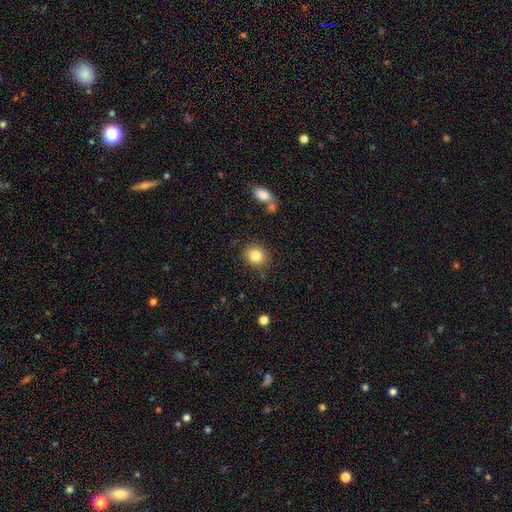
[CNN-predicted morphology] Overall: smooth (83%). How rounded: round (84%). Merging: none (84%).